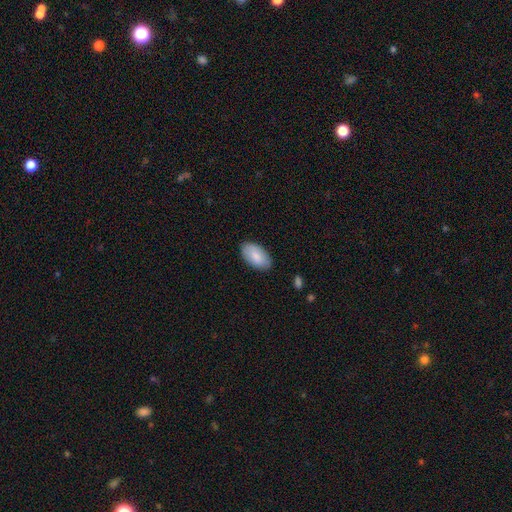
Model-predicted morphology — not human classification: A smooth galaxy with no disk features (84%) that is in between round and cigar-shaped (95%).

Vote fractions:
- Smooth or featured? smooth: 84% / featured or disk: 10% / star or artifact: 6%
- How rounded? in between: 95% / round: 3% / cigar-shaped: 2%
- Merging? none: 86% / minor disturbance: 11% / major disturbance: 2% / merger: 1%